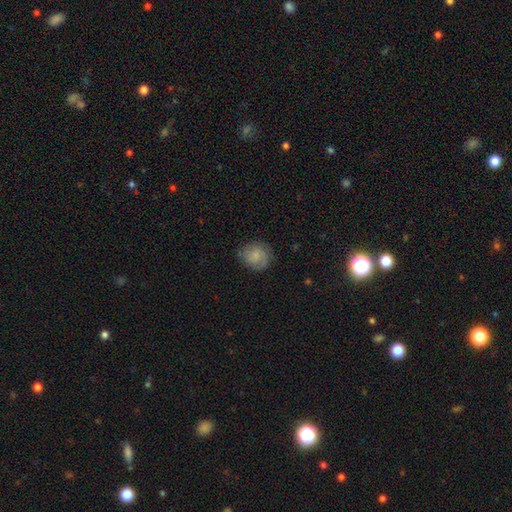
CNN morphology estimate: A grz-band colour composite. It shows a smooth galaxy with no disk features (64%) that is round (79%). Merging: none (76%).